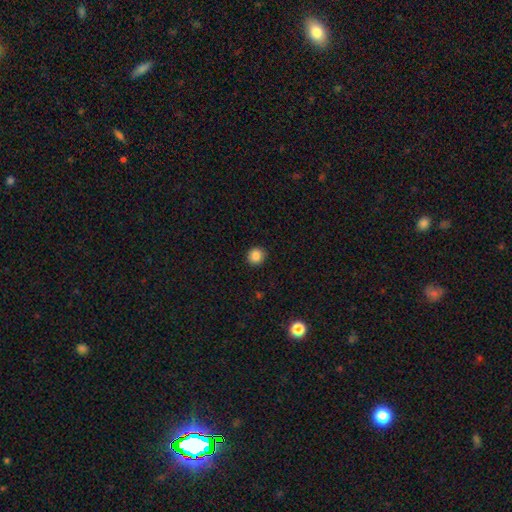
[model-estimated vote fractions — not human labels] Overall: smooth (86%). How rounded: round (89%). Merging: none (92%).